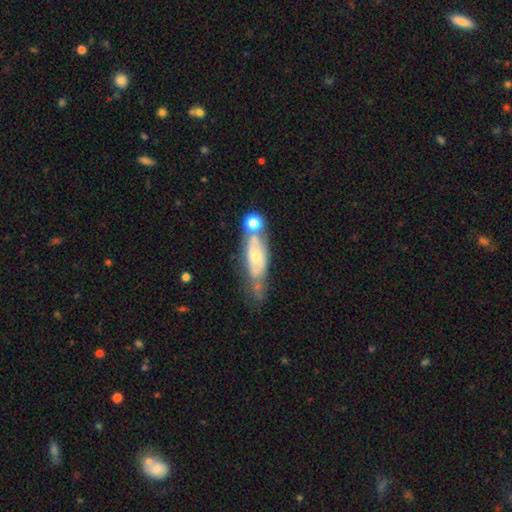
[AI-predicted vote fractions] smooth_or_featured: featured or disk (p=0.55) [alt: smooth p=0.37]
disk_edge_on: no (p=0.76) [alt: yes p=0.24]
merging: none (p=0.36) [alt: merger p=0.28]